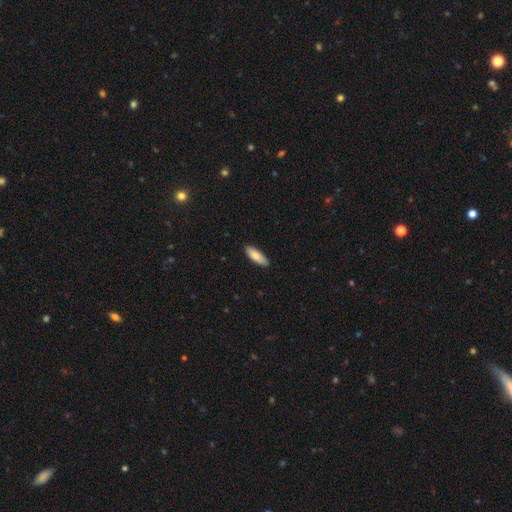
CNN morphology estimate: The model was most divided on "how rounded": in between: 62%, cigar-shaped: 36%, round: 2%. More confident: merging — none (88%); smooth or featured — smooth (85%).